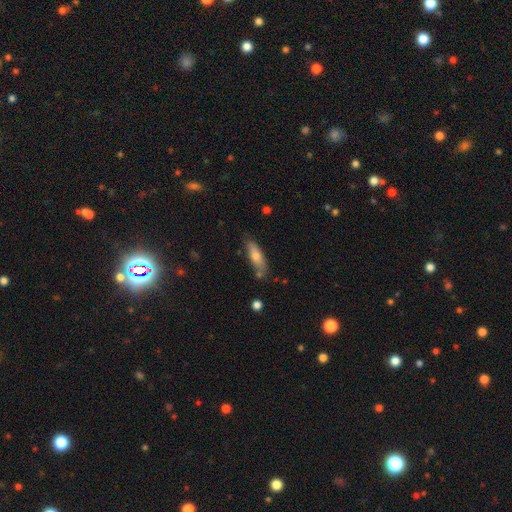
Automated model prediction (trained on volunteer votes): This is likely a smooth galaxy (67%). How rounded: possibly in between (53%). Merging: likely none (70%).